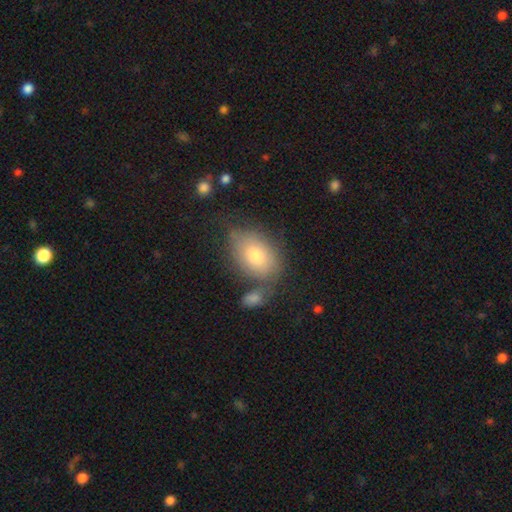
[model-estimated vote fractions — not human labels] Morphology: type=smooth (76%); roundness=in between (85%); merging=none (56%).